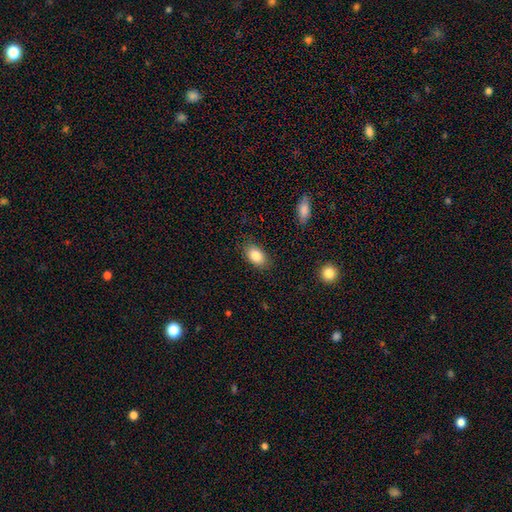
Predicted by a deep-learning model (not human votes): This appears to be a smooth galaxy with no disk features (85%) that is in between round and cigar-shaped (90%). Merging: none (85%).